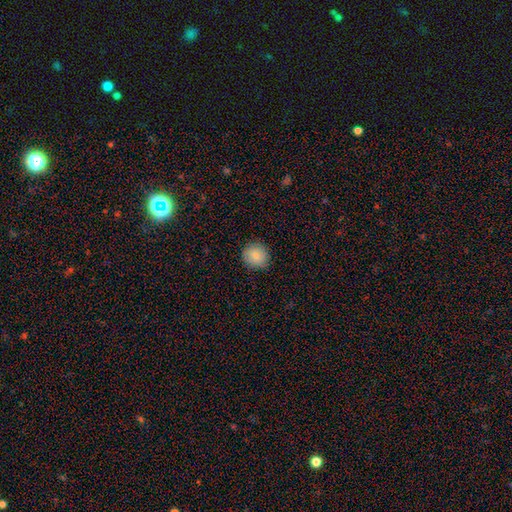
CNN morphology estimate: smooth_or_featured: smooth (p=0.83) [alt: featured or disk p=0.09]
how_rounded: round (p=0.87) [alt: in between p=0.12]
merging: none (p=0.88) [alt: minor disturbance p=0.09]